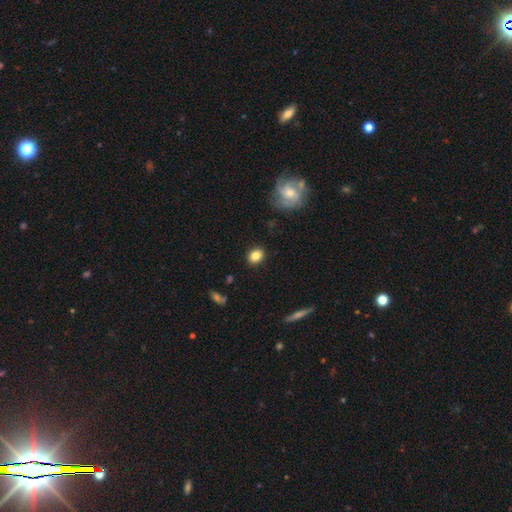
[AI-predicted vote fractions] The model was most divided on "how rounded": round: 54%, in between: 45%, cigar-shaped: 1%. More confident: merging — none (88%); smooth or featured — smooth (83%).